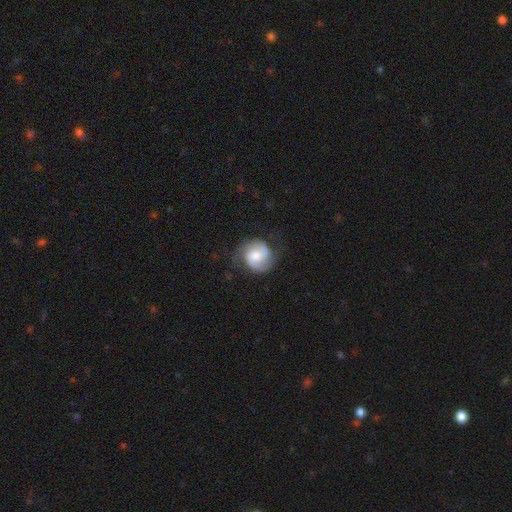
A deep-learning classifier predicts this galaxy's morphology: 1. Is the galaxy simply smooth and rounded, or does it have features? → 68% featured or disk, 26% smooth, 6% star or artifact.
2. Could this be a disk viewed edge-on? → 98% no, 2% yes.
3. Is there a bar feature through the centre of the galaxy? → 61% no, 32% weak, 6% strong.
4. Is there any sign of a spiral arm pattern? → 93% yes, 7% no.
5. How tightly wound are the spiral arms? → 45% medium, 37% tight, 18% loose.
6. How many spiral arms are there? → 84% 2, 7% can't tell, 3% 1, 3% 3, 1% 4, 1% more than 4.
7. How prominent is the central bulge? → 64% moderate, 25% small, 7% large, 2% none, 1% dominant.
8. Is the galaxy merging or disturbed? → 71% none, 20% minor disturbance, 8% major disturbance, 1% merger.